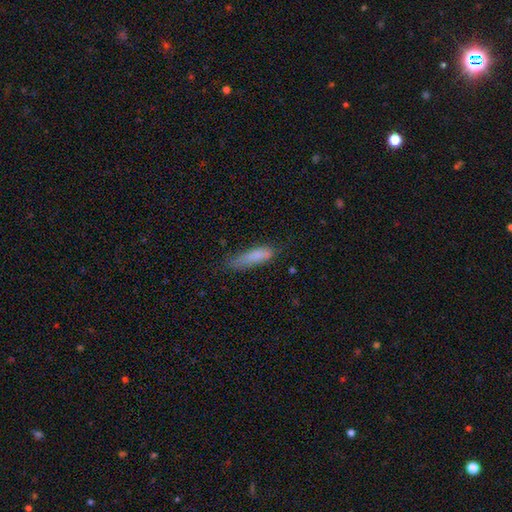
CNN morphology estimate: Overall: smooth (80%). How rounded: cigar-shaped (74%). Merging: none (59%; minor disturbance 29%).